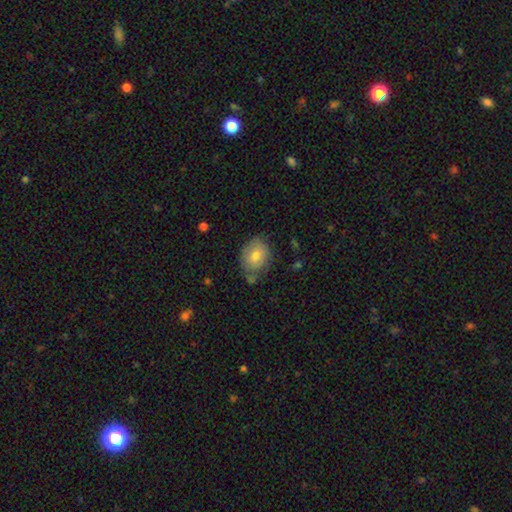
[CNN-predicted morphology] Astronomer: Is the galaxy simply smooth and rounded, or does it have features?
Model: smooth — 73%.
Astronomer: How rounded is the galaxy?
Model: in between — 58% (runner-up: round, 41%).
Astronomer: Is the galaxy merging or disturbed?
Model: none — 64%.